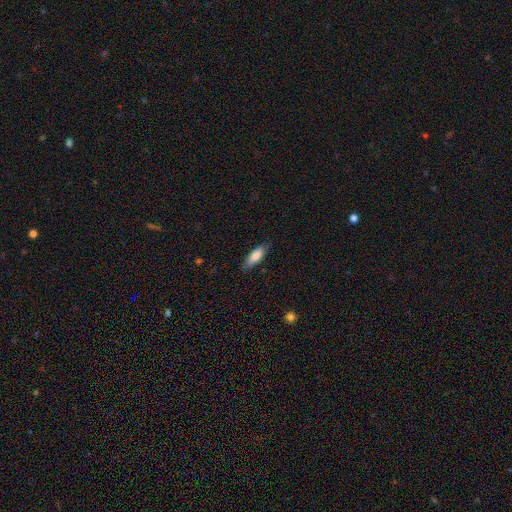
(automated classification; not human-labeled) This is likely a smooth galaxy (80%). How rounded: likely in between (61%). Merging: clearly none (82%).